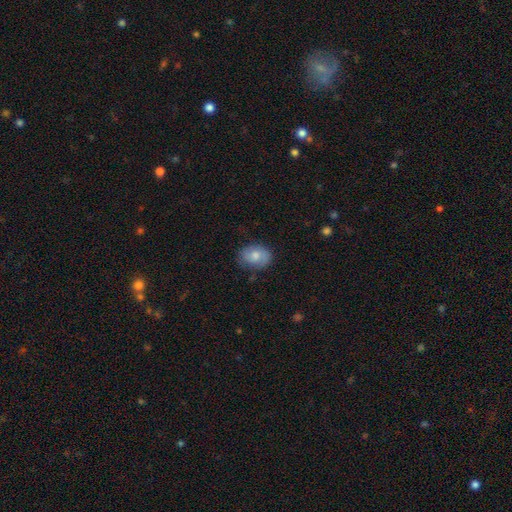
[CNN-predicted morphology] Smooth or featured?
  - smooth: 72% *
  - featured or disk: 20%
  - star or artifact: 7%
How rounded?
  - in between: 70% *
  - round: 29%
  - cigar-shaped: 1%
Merging?
  - none: 71% *
  - minor disturbance: 22%
  - major disturbance: 6%
  - merger: 1%